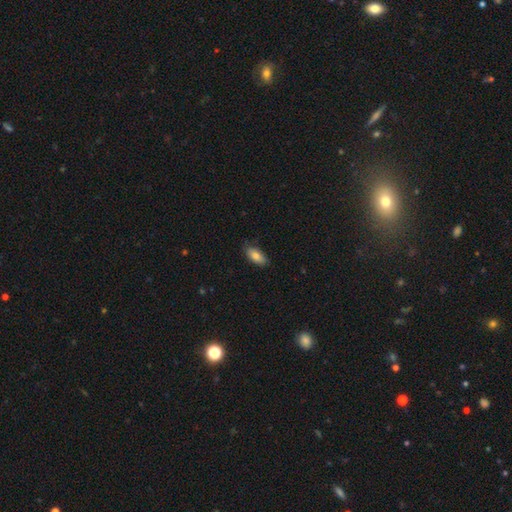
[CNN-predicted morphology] Q: Smooth or featured?
A: smooth (81%); runner-up: featured or disk (12%)
Q: How rounded?
A: in between (87%); runner-up: cigar-shaped (10%)
Q: Merging?
A: none (78%); runner-up: minor disturbance (18%)